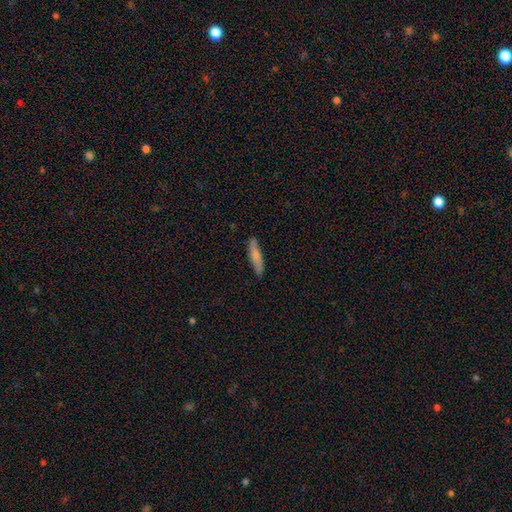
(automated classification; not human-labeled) smooth-or-featured: smooth: 72% | featured or disk: 23% | star or artifact: 6%
  how-rounded: cigar-shaped: 84% | in between: 15% | round: 2%
  merging: none: 85% | minor disturbance: 12% | major disturbance: 2% | merger: 1%